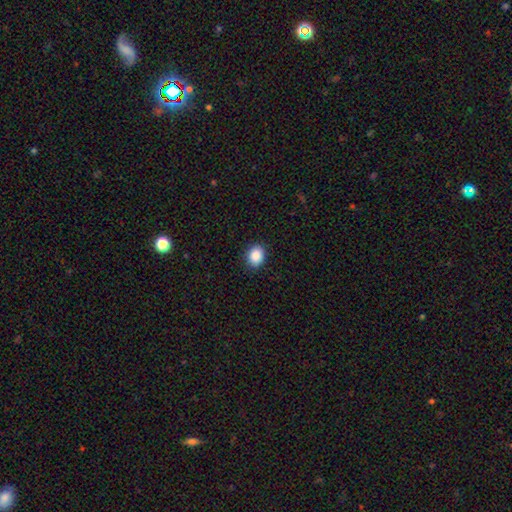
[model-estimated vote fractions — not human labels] Overall: smooth (89%). How rounded: in between (54%; round 45%). Merging: none (89%).